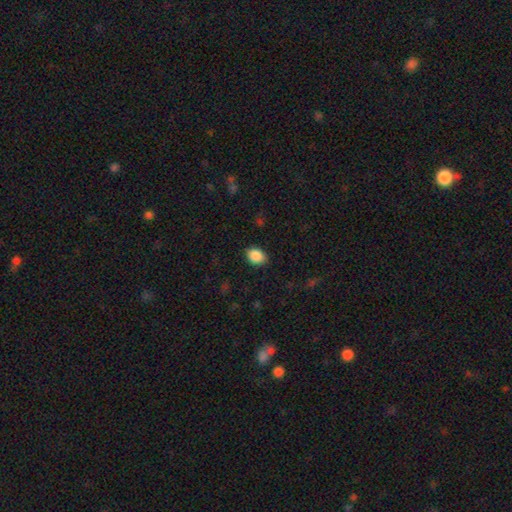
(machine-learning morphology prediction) smooth 89%, star or artifact 8%, featured or disk 3%. Down the decision tree: how rounded — in between (64%); merging — none (86%).